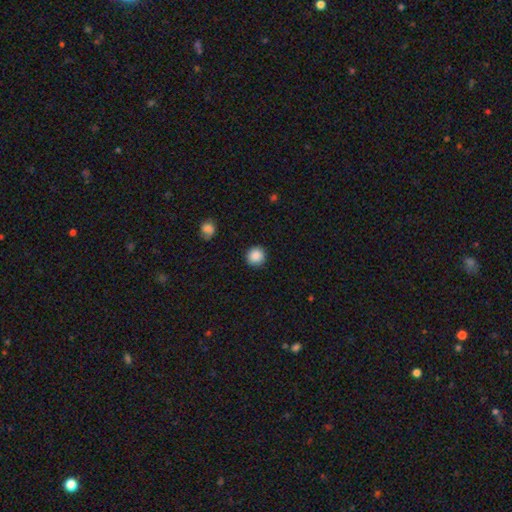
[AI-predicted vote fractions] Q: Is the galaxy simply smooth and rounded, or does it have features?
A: smooth — 88%.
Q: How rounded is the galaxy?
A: round — 93%.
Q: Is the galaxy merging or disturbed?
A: none — 90%.